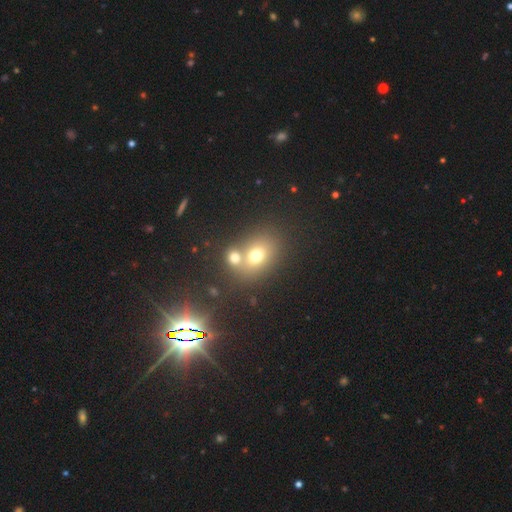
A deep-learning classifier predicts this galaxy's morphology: Smooth or featured? Predicted: smooth (p=0.69). How rounded? Predicted: in between (p=0.51). Merging? Predicted: merger (p=0.44, tied with none).